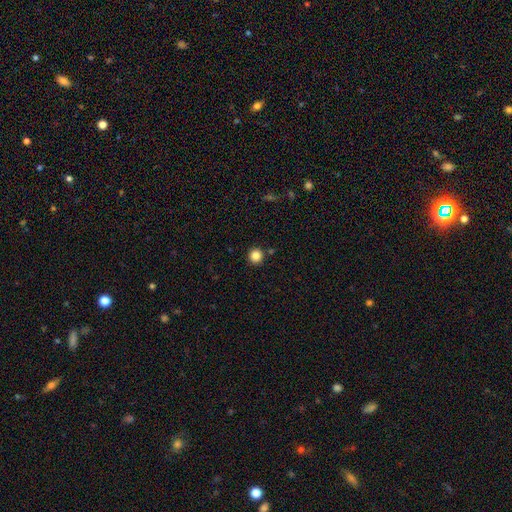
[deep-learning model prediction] smooth 85%, star or artifact 11%, featured or disk 4%. Down the decision tree: how rounded — round (94%); merging — none (89%).